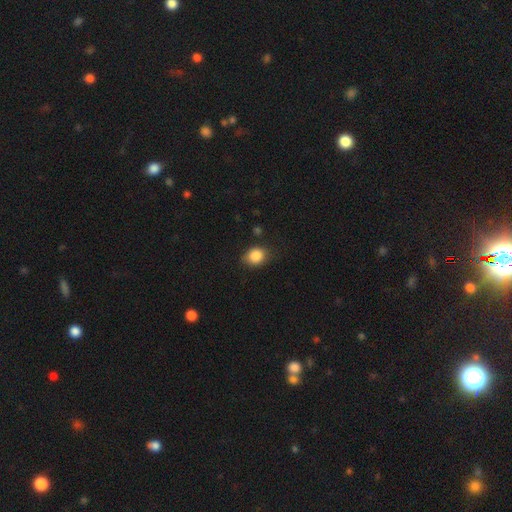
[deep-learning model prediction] A smooth galaxy with no disk features (86%) that is round (57%).

Vote fractions:
- Smooth or featured? smooth: 86% / star or artifact: 9% / featured or disk: 4%
- How rounded? round: 57% / in between: 41% / cigar-shaped: 1%
- Merging? none: 74% / minor disturbance: 19% / major disturbance: 5% / merger: 2%